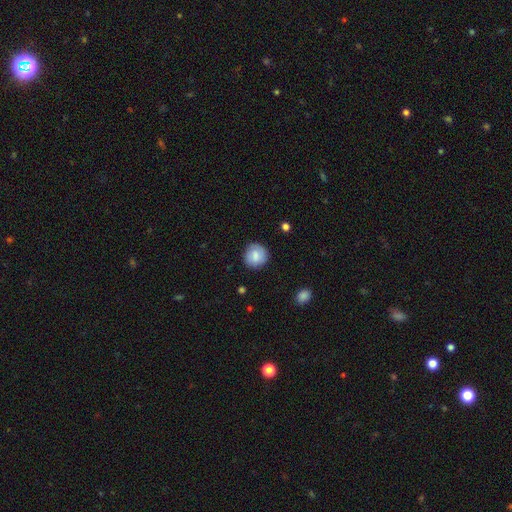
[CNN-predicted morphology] Overall: smooth (80%). How rounded: round (91%). Merging: none (82%).